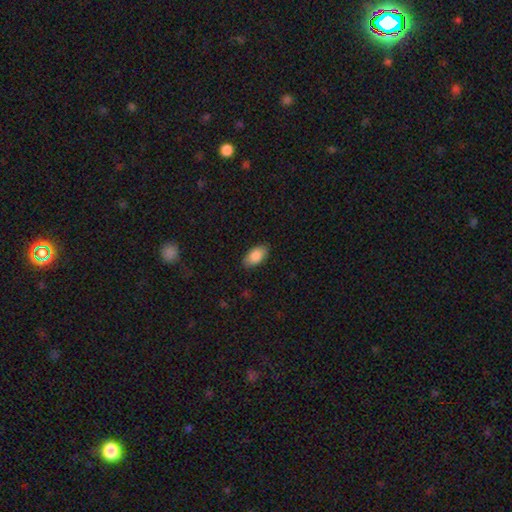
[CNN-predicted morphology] A smooth galaxy with no disk features (86%) that is in between round and cigar-shaped (93%).

Vote fractions:
- Smooth or featured? smooth: 86% / featured or disk: 7% / star or artifact: 7%
- How rounded? in between: 93% / round: 4% / cigar-shaped: 3%
- Merging? none: 86% / minor disturbance: 10% / major disturbance: 2% / merger: 1%